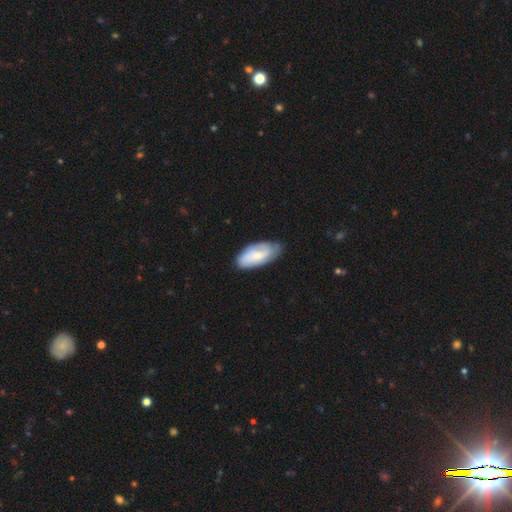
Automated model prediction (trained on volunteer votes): Smooth or featured? Predicted: smooth (p=0.57). How rounded? Predicted: in between (p=0.90). Merging? Predicted: none (p=0.70).